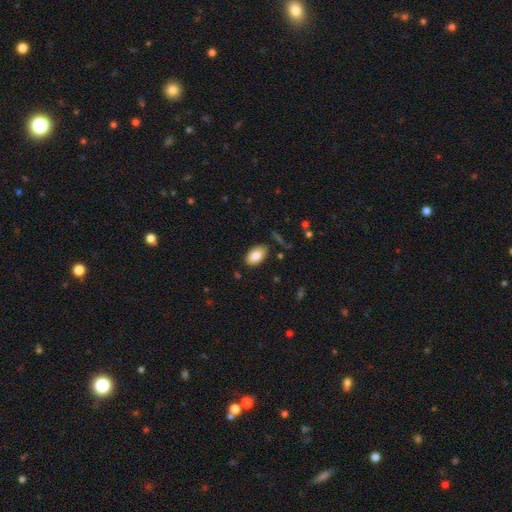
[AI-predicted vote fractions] Smooth or featured? smooth (83%)
How rounded? in between (93%)
Merging? none (85%)